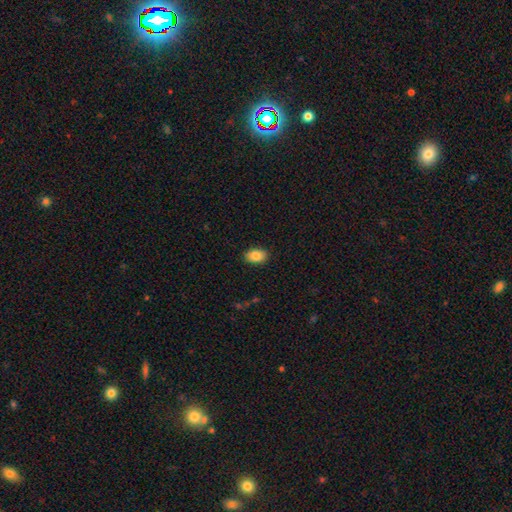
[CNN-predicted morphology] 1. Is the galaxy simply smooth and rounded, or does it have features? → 86% smooth, 8% star or artifact, 6% featured or disk.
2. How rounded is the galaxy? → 90% in between, 9% round, 2% cigar-shaped.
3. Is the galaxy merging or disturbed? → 88% none, 9% minor disturbance, 2% major disturbance, 1% merger.